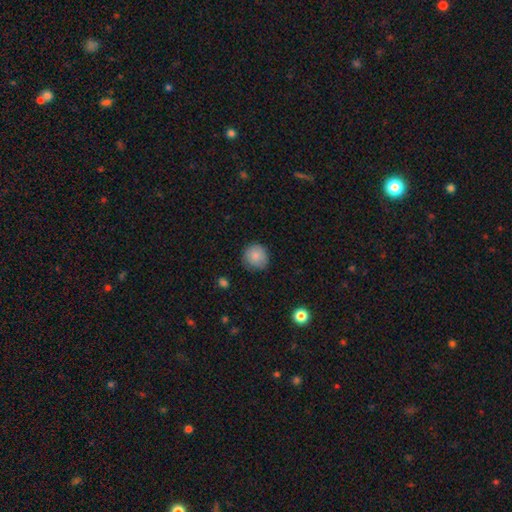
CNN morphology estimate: Smooth or featured? smooth (83%)
How rounded? round (91%)
Merging? none (79%)